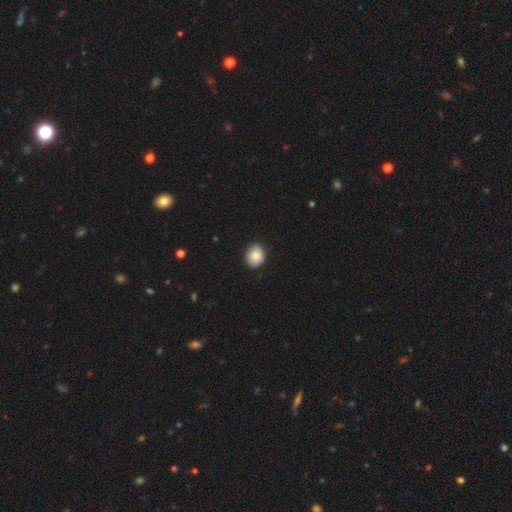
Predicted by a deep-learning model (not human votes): smooth-or-featured: smooth: 85% | star or artifact: 8% | featured or disk: 7%
  how-rounded: round: 52% | in between: 47% | cigar-shaped: 1%
  merging: none: 87% | minor disturbance: 10% | major disturbance: 2% | merger: 1%